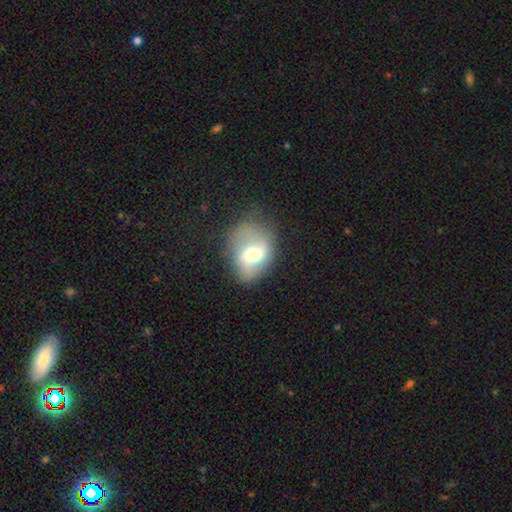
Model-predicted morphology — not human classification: smooth-or-featured: featured or disk: 52% | smooth: 39% | star or artifact: 9%
  disk-edge-on: no: 95% | yes: 5%
  merging: none: 50% | minor disturbance: 26% | major disturbance: 20% | merger: 4%